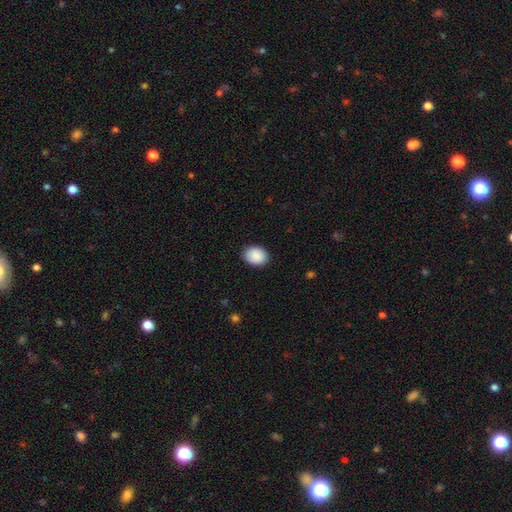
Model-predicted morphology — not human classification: smooth_or_featured: smooth (p=0.90) [alt: star or artifact p=0.06]
how_rounded: in between (p=0.60) [alt: round p=0.39]
merging: none (p=0.89) [alt: minor disturbance p=0.08]